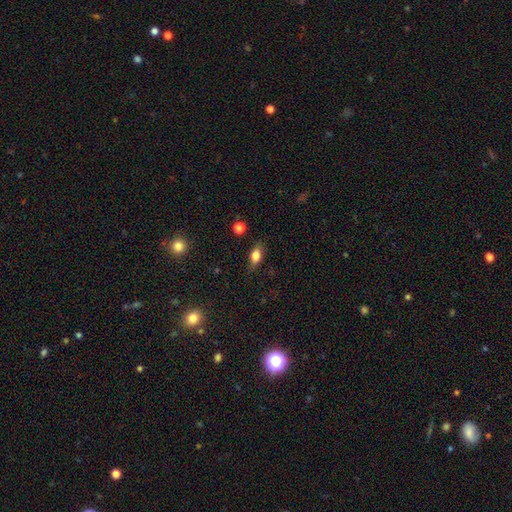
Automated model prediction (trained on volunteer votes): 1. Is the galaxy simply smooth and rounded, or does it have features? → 78% smooth, 13% featured or disk, 9% star or artifact.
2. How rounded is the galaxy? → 80% in between, 11% round, 10% cigar-shaped.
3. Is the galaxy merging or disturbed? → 81% none, 14% minor disturbance, 3% major disturbance, 1% merger.